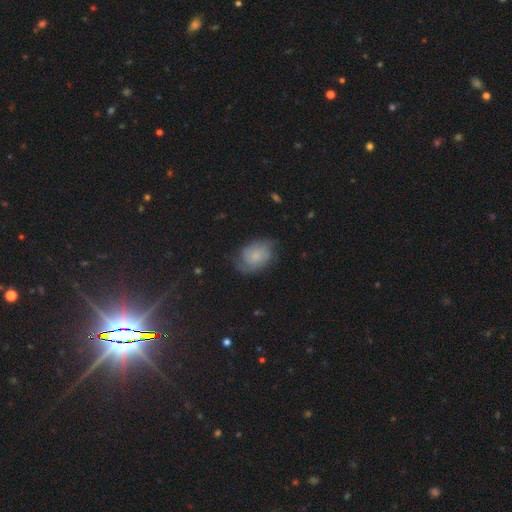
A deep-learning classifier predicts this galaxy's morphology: Smooth or featured?
  - featured or disk: 53% *
  - smooth: 38%
  - star or artifact: 9%
Edge-on disk?
  - no: 97% *
  - yes: 3%
Bar?
  - no: 74% *
  - weak: 23%
  - strong: 3%
Spiral arms?
  - yes: 90% *
  - no: 10%
Bulge size?
  - small: 48% *
  - moderate: 24%
  - none: 20%
  - large: 6%
  - dominant: 2%
Merging?
  - none: 65% *
  - minor disturbance: 24%
  - major disturbance: 10%
  - merger: 1%